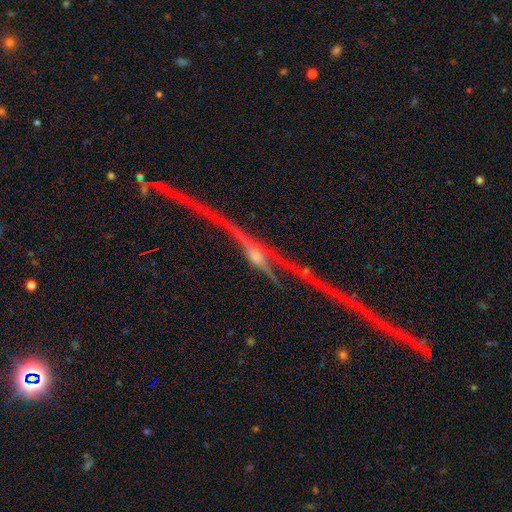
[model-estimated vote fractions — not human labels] Smooth or featured: featured or disk — 82% (star or artifact — 12%)
Edge-on disk: yes — 84% (no — 16%)
Edge-on bulge: rounded — 89% (boxy — 6%)
Merging: none — 67% (minor disturbance — 14%)